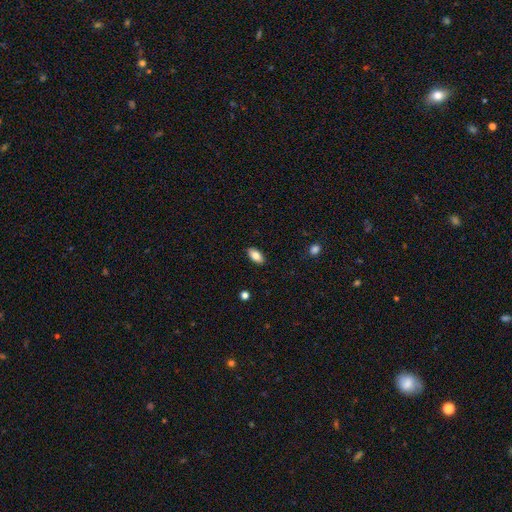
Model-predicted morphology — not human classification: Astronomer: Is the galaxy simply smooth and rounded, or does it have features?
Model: smooth — 83%.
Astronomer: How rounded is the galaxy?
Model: in between — 92%.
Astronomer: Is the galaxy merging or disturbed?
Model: none — 89%.